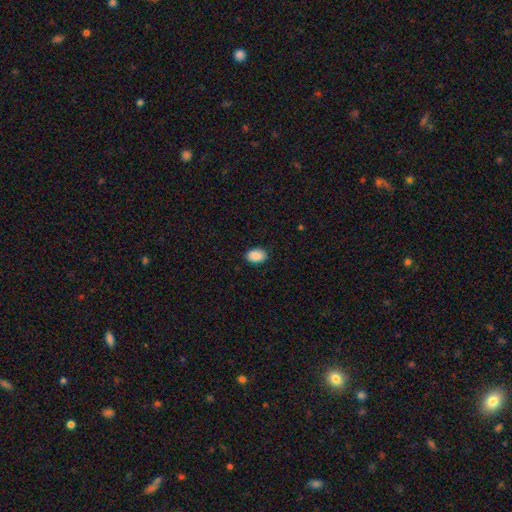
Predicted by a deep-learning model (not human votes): Smooth or featured: smooth — 90% (star or artifact — 7%)
How rounded: in between — 86% (round — 13%)
Merging: none — 88% (minor disturbance — 9%)